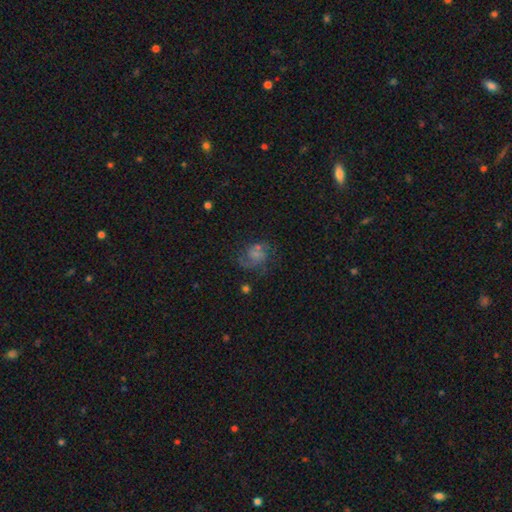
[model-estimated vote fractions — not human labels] Overall: featured or disk (60%; smooth 27%). Edge-on disk: no (98%). Bar: no (69%). Spiral arms: yes (83%). Bulge size: small (42%; none 33%). Merging: none (51%; major disturbance 23%).